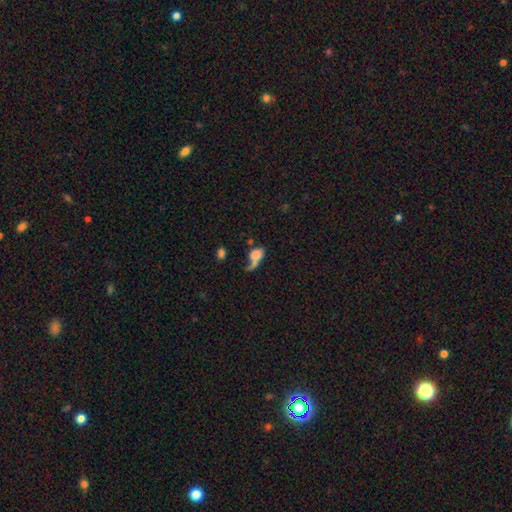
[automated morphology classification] This is likely a smooth galaxy (67%). How rounded: likely in between (72%). Merging: marginally merger (37%).